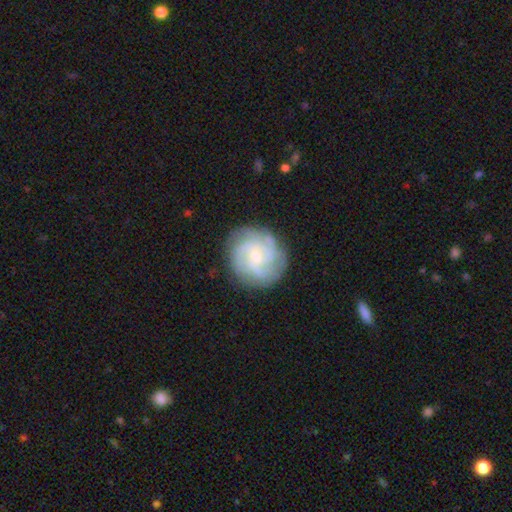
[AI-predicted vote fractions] Smooth or featured? featured or disk (76%)
Edge-on disk? no (98%)
Bar? no (61%)
Spiral arms? yes (94%)
Spiral winding? tight (56%)
Spiral arm count? can't tell (29%)
Bulge size? small (64%)
Merging? none (81%)